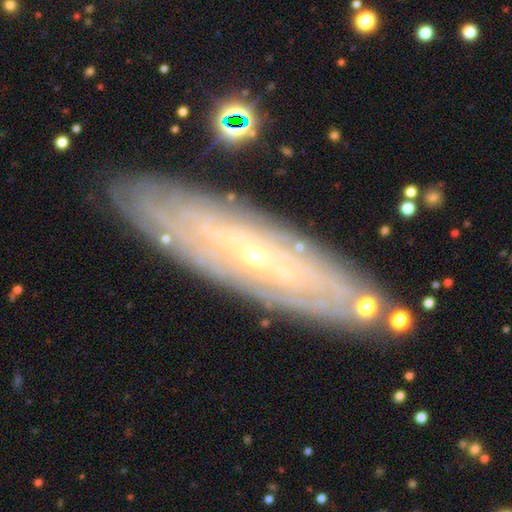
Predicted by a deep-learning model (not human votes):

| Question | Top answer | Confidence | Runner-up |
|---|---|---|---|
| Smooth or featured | featured or disk | 77% | smooth (15%) |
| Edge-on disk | no | 62% | yes (38%) |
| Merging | none | 86% | minor disturbance (10%) |